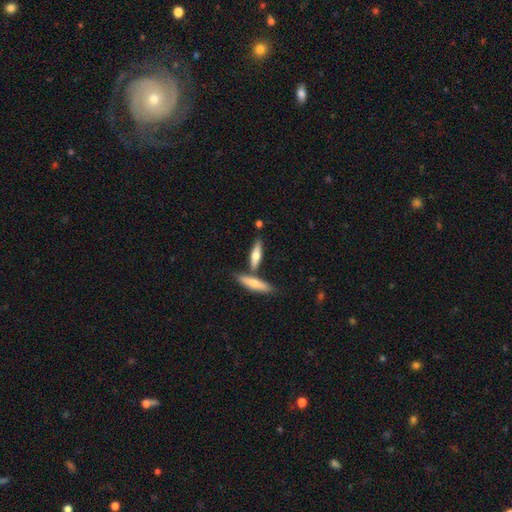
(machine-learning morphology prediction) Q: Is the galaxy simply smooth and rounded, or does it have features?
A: smooth — 59%.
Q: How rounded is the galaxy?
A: cigar-shaped — 65%.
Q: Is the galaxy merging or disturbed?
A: none — 61%.